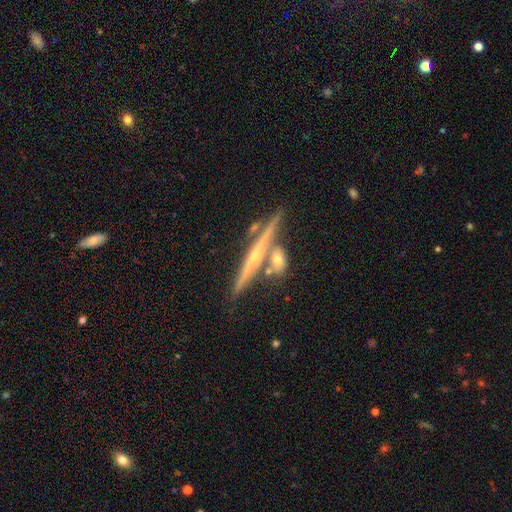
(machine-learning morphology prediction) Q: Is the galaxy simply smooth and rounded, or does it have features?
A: featured or disk — 76%.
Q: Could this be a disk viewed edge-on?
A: yes — 96%.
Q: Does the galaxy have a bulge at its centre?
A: rounded — 68%.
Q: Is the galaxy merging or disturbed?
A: none — 66%.